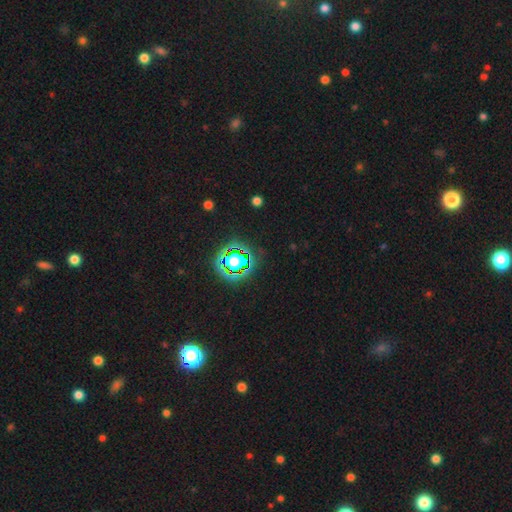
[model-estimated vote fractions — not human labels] A star or artifact, not a galaxy (80%).